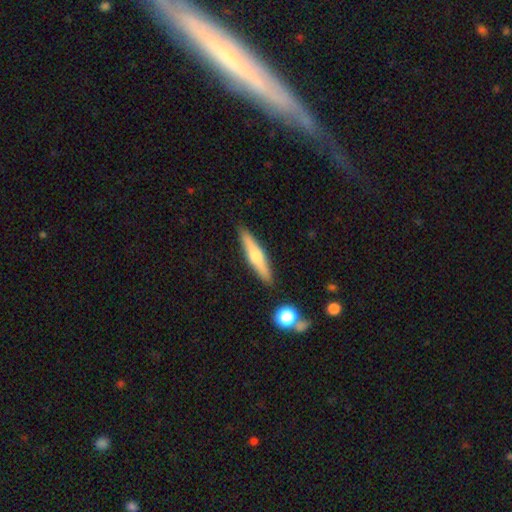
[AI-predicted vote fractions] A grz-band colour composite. It shows a featured or disk galaxy (54%) viewed edge-on (95%) with a rounded central bulge (89%). Merging: none (89%).